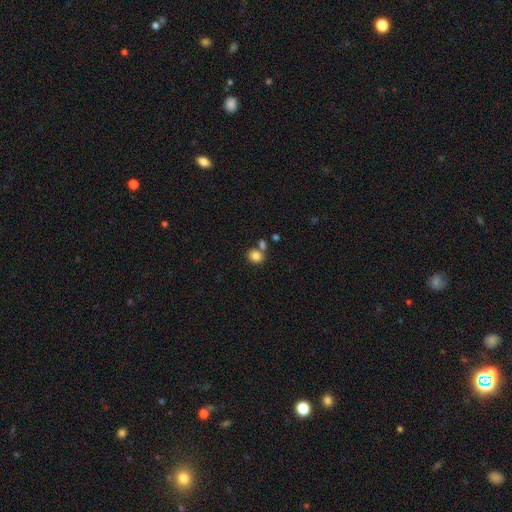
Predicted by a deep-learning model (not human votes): smooth-or-featured: smooth: 84% | star or artifact: 10% | featured or disk: 6%
  how-rounded: round: 59% | in between: 40% | cigar-shaped: 1%
  merging: none: 58% | merger: 28% | minor disturbance: 10% | major disturbance: 4%